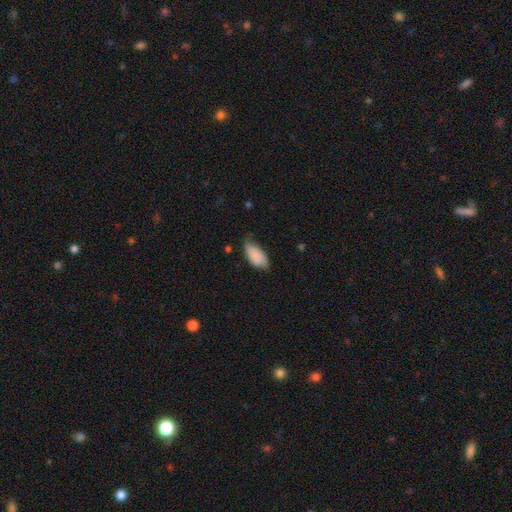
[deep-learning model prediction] A smooth galaxy with no disk features (83%) that is in between round and cigar-shaped (93%). Merging: none (54%).